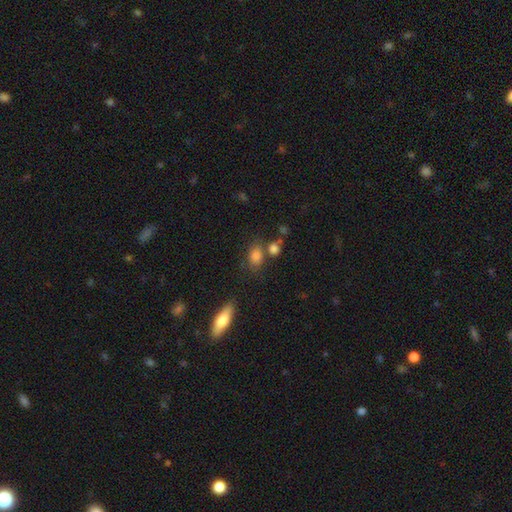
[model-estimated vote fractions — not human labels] Morphology: type=smooth (81%); roundness=in between (71%); merging=none (59%).